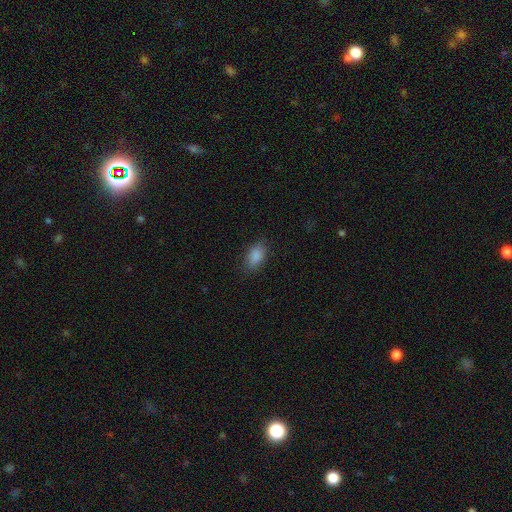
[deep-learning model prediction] The model was most divided on "merging": none: 83%, minor disturbance: 13%, major disturbance: 4%, merger: 1%. More confident: how rounded — in between (90%); smooth or featured — smooth (88%).